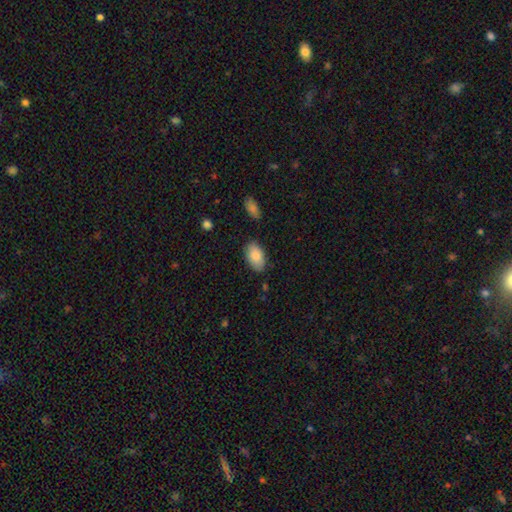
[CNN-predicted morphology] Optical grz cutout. It shows a smooth galaxy with no disk features (85%) that is in between round and cigar-shaped (94%). Merging: none (81%).